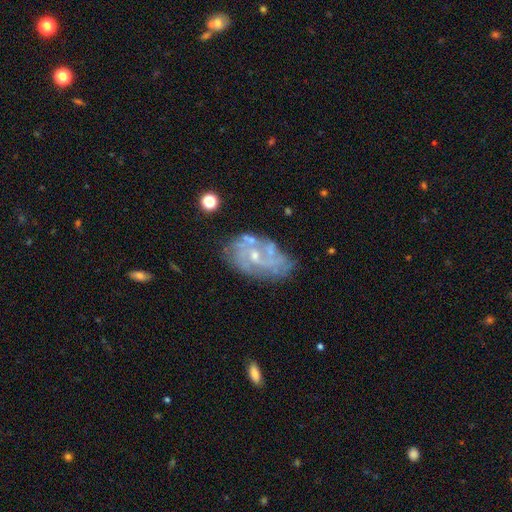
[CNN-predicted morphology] Smooth or featured: featured or disk — 78% (smooth — 13%)
Edge-on disk: no — 97% (yes — 3%)
Bar: no — 65% (weak — 29%)
Spiral arms: yes — 81% (no — 19%)
Spiral winding: tight — 43% (medium — 39%)
Spiral arm count: can't tell — 41% (2 — 25%)
Bulge size: small — 64% (moderate — 28%)
Merging: none — 61% (minor disturbance — 20%)